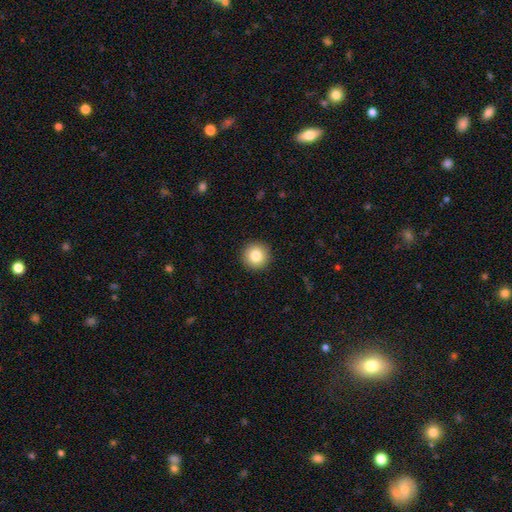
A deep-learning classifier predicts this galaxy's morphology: Smooth or featured? smooth (82%)
How rounded? round (96%)
Merging? none (93%)